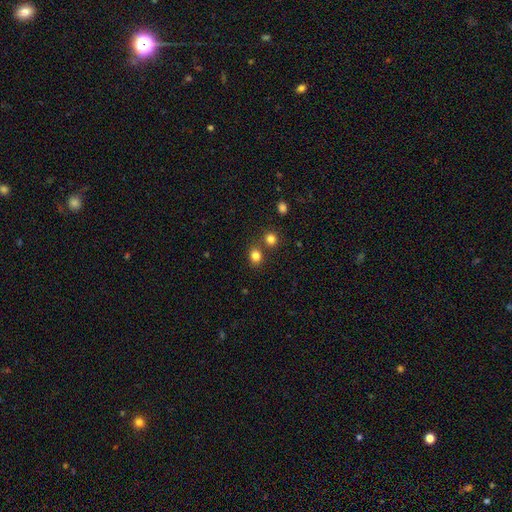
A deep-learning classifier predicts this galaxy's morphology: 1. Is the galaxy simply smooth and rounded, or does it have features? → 82% smooth, 13% star or artifact, 5% featured or disk.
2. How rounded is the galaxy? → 60% round, 39% in between, 1% cigar-shaped.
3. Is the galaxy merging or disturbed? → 71% none, 17% merger, 9% minor disturbance, 3% major disturbance.